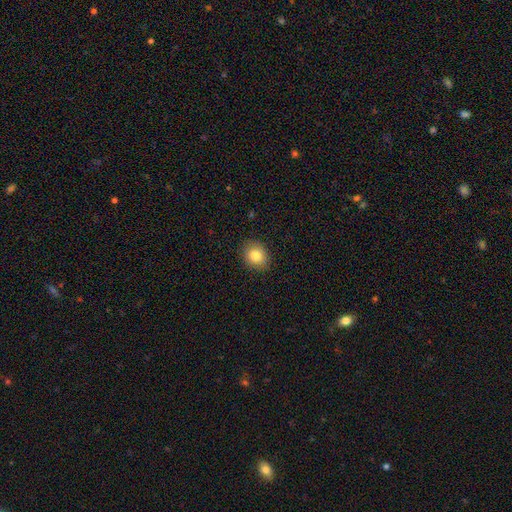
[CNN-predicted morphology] type=smooth (82%); roundness=round (59%); merging=none (89%).